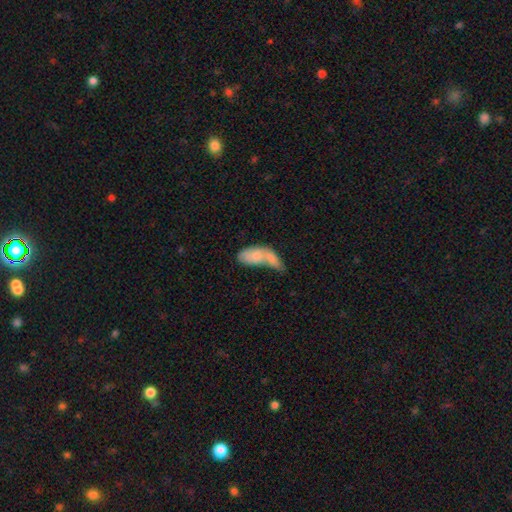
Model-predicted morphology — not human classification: The model was most divided on "smooth or featured": smooth: 69%, featured or disk: 25%, star or artifact: 6%. More confident: how rounded — in between (87%); merging — merger (70%).